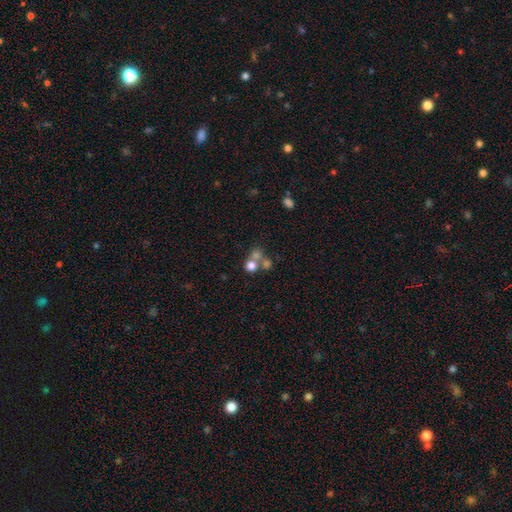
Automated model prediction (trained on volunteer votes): A smooth galaxy with no disk features (51%) that is round (80%). Merging: none (45%).